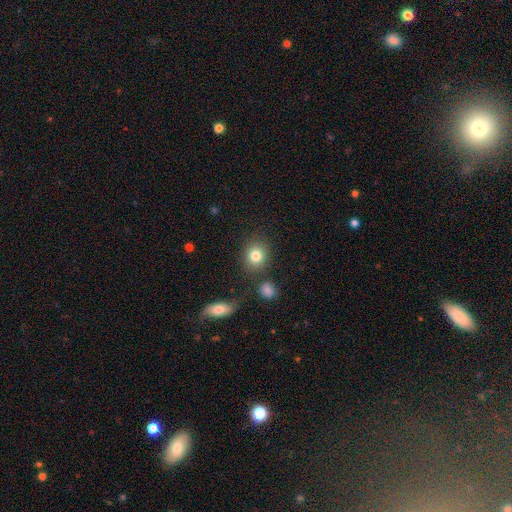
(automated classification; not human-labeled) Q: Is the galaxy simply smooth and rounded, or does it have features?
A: smooth — 82%.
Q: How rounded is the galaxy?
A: round — 73%.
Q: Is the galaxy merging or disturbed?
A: none — 81%.